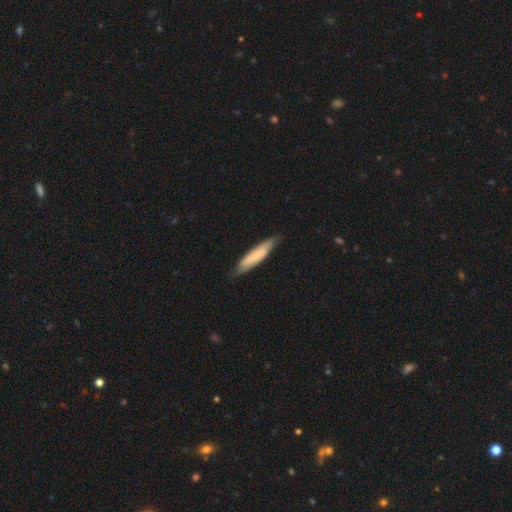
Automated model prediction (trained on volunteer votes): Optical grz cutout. It shows a smooth galaxy with no disk features (67%) that is cigar-shaped (82%). Merging: none (77%).